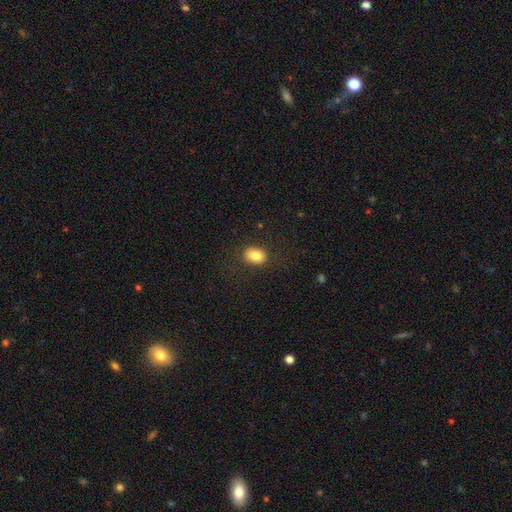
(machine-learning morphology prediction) This appears to be a smooth galaxy with no disk features (82%) that is in between round and cigar-shaped (70%). Merging: none (85%).